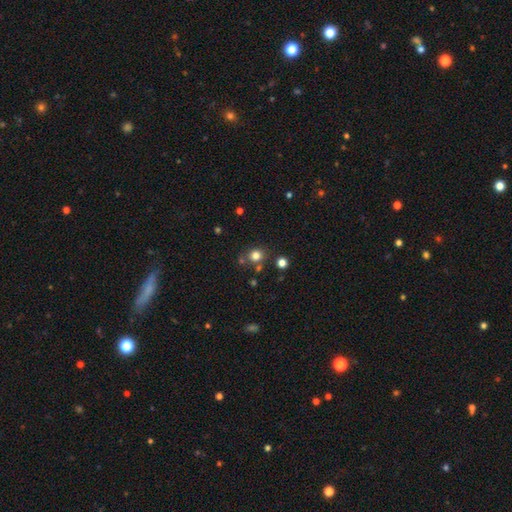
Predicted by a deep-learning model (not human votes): Smooth or featured: smooth — 78% (star or artifact — 15%)
How rounded: round — 82% (in between — 17%)
Merging: none — 74% (merger — 12%)